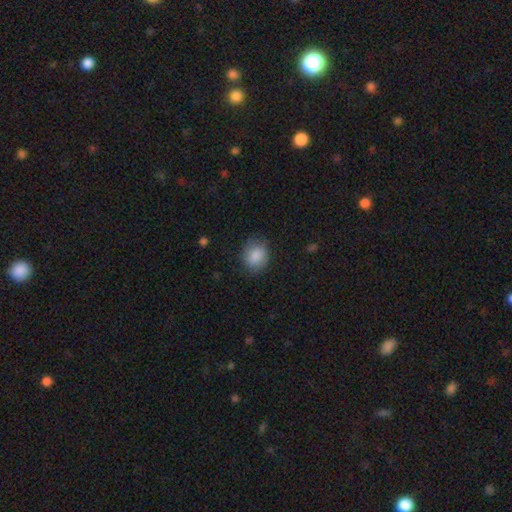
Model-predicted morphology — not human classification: A smooth galaxy with no disk features (85%) that is round (52%). Merging: none (76%).